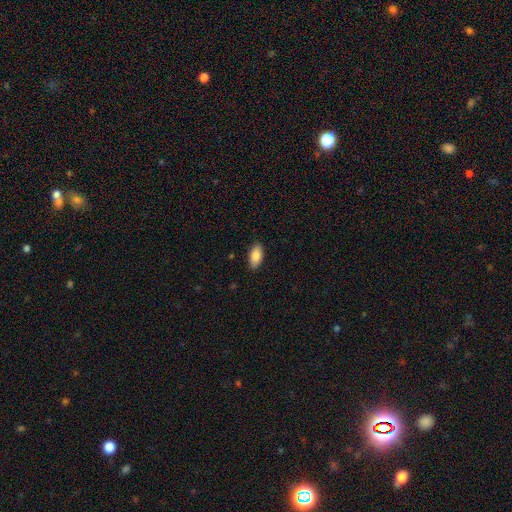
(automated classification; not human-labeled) Smooth or featured? smooth (87%)
How rounded? in between (92%)
Merging? none (88%)